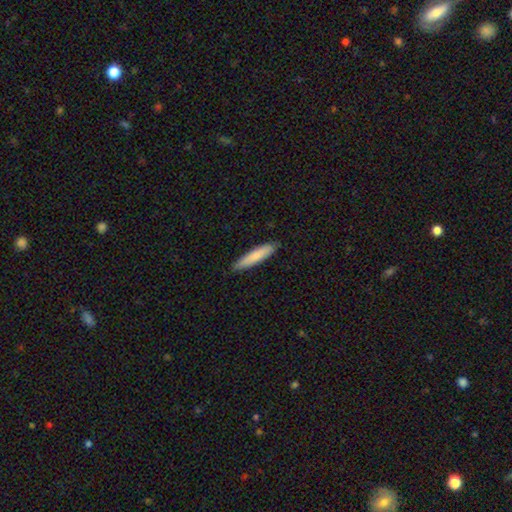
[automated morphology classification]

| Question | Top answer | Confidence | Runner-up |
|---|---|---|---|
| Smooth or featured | smooth | 81% | featured or disk (14%) |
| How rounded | cigar-shaped | 87% | in between (12%) |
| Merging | none | 89% | minor disturbance (9%) |